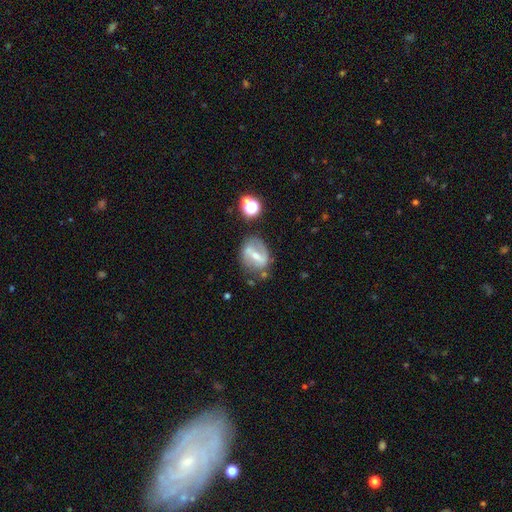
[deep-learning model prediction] Q: Smooth or featured?
A: featured or disk (66%); runner-up: smooth (25%)
Q: Edge-on disk?
A: no (93%); runner-up: yes (7%)
Q: Bar?
A: strong (55%); runner-up: weak (31%)
Q: Spiral arms?
A: yes (61%); runner-up: no (39%)
Q: Bulge size?
A: moderate (47%); runner-up: small (46%)
Q: Merging?
A: none (61%); runner-up: minor disturbance (22%)